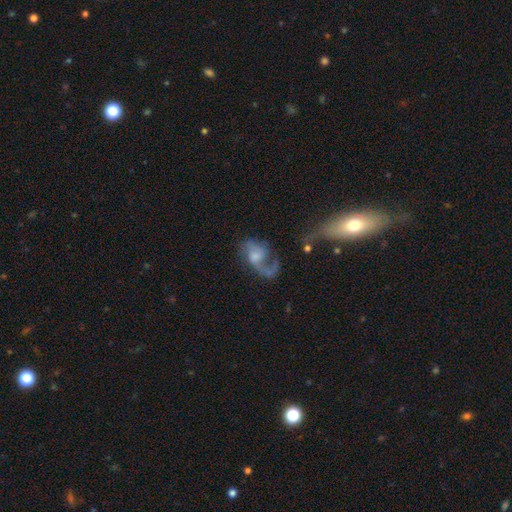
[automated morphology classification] Smooth or featured? featured or disk (69%)
Edge-on disk? no (97%)
Bar? no (61%)
Spiral arms? yes (84%)
Spiral winding? loose (59%)
Spiral arm count? 2 (46%)
Bulge size? moderate (39%)
Merging? major disturbance (41%)